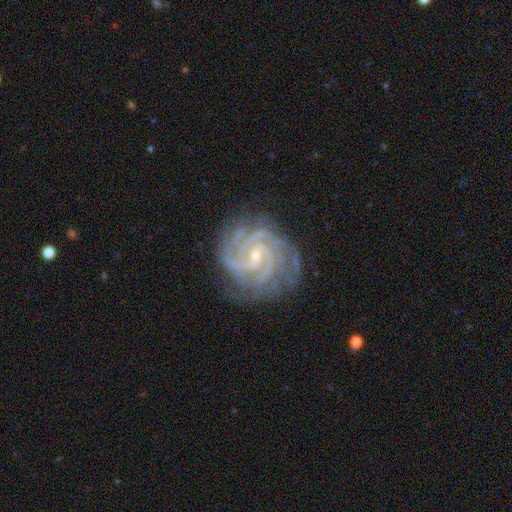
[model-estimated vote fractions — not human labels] Smooth or featured: featured or disk — 92% (star or artifact — 5%)
Edge-on disk: no — 98% (yes — 2%)
Bar: no — 50% (weak — 37%)
Spiral arms: yes — 99% (no — 1%)
Spiral winding: tight — 76% (medium — 21%)
Spiral arm count: 4 — 29% (3 — 25%)
Bulge size: small — 77% (moderate — 19%)
Merging: none — 78% (minor disturbance — 15%)